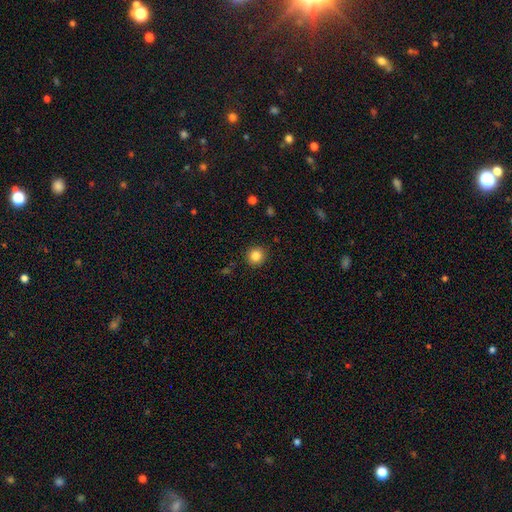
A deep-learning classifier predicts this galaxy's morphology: This is clearly a smooth galaxy (84%). How rounded: clearly round (93%). Merging: clearly none (91%).